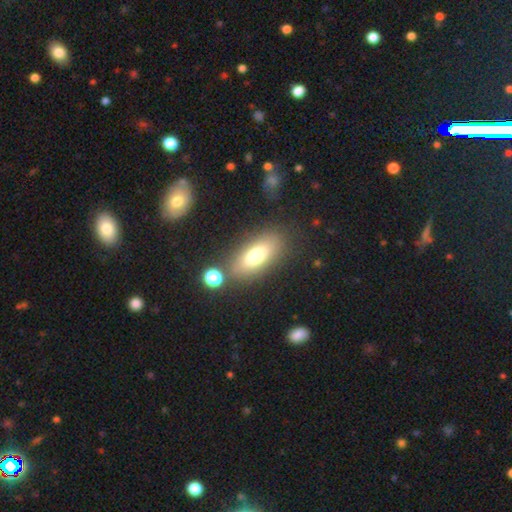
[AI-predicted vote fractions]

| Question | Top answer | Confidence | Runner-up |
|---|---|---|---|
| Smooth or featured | smooth | 72% | featured or disk (19%) |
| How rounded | in between | 80% | cigar-shaped (16%) |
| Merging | none | 78% | minor disturbance (12%) |